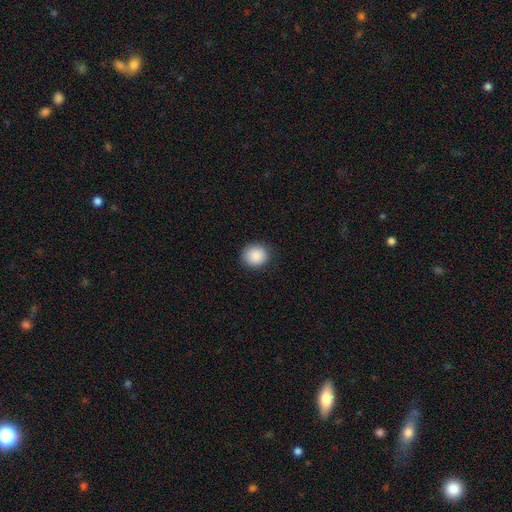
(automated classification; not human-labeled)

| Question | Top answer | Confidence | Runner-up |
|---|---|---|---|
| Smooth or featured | smooth | 89% | star or artifact (8%) |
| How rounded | round | 85% | in between (14%) |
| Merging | none | 89% | minor disturbance (8%) |